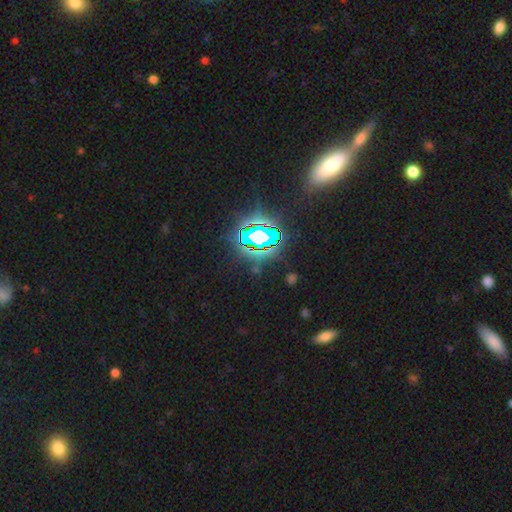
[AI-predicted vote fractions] Smooth or featured? star or artifact (71%)